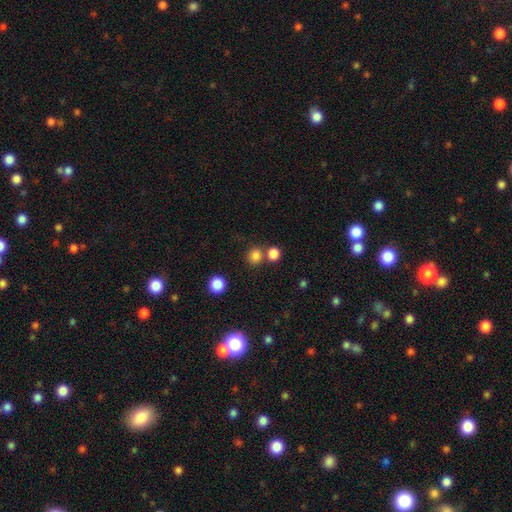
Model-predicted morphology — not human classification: smooth_or_featured: smooth (p=0.82) [alt: star or artifact p=0.14]
how_rounded: round (p=0.83) [alt: in between p=0.17]
merging: none (p=0.64) [alt: merger p=0.25]